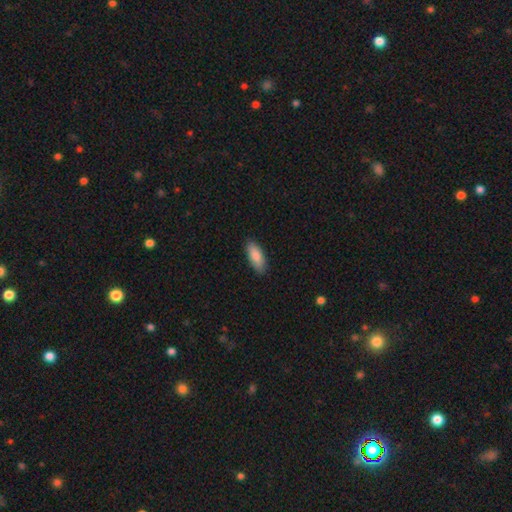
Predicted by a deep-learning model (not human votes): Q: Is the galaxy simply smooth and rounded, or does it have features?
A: smooth — 88%.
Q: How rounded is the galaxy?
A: in between — 79%.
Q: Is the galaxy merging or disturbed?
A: none — 87%.